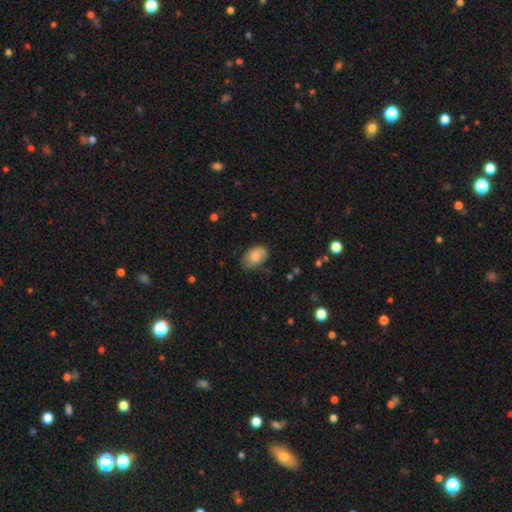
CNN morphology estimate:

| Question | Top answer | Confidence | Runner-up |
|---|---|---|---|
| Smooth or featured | smooth | 77% | featured or disk (15%) |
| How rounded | in between | 87% | round (12%) |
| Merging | none | 67% | minor disturbance (26%) |